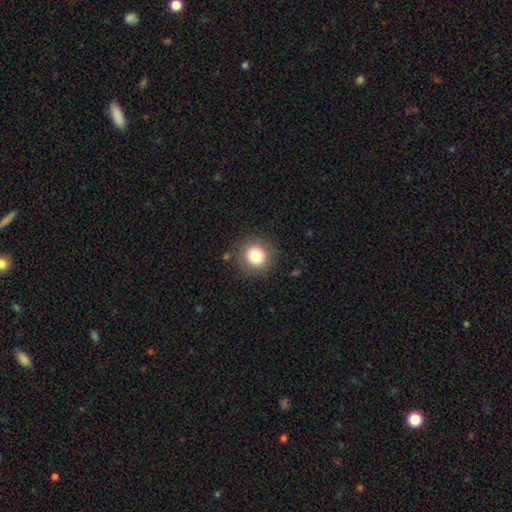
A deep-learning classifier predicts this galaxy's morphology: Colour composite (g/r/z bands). It shows a smooth galaxy with no disk features (81%) that is round (94%). Merging: none (88%).